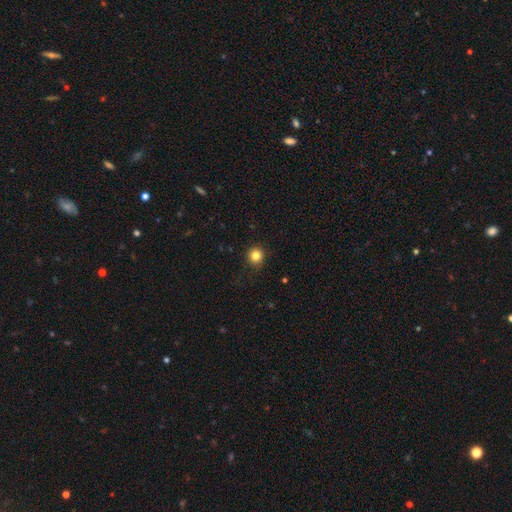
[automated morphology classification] A smooth galaxy with no disk features (83%) that is round (94%).

Vote fractions:
- Smooth or featured? smooth: 83% / star or artifact: 12% / featured or disk: 5%
- How rounded? round: 94% / in between: 5% / cigar-shaped: 1%
- Merging? none: 91% / minor disturbance: 6% / major disturbance: 2% / merger: 1%